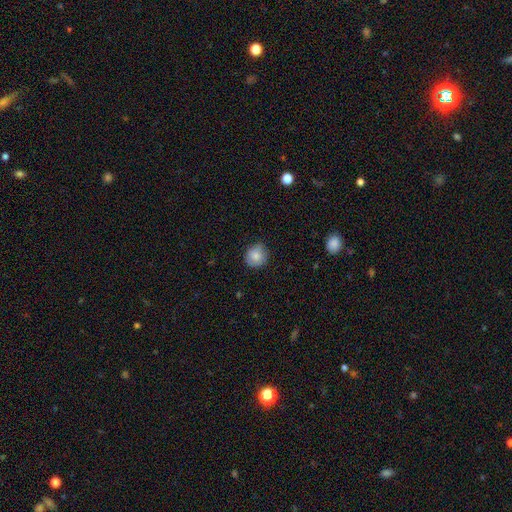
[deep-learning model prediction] The model was most divided on "merging": none: 79%, minor disturbance: 17%, major disturbance: 3%, merger: 1%. More confident: how rounded — round (88%); smooth or featured — smooth (83%).